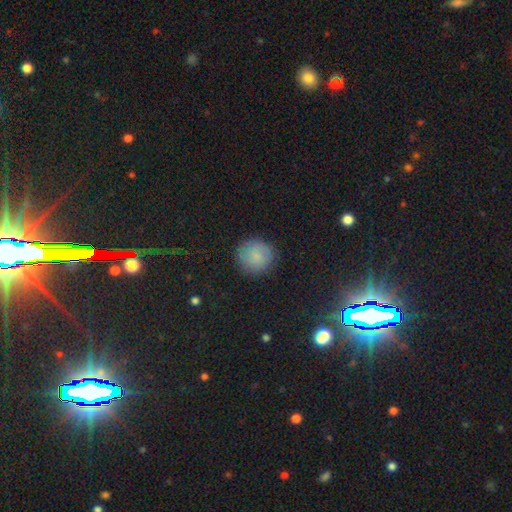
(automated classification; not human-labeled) A smooth galaxy with no disk features (79%) that is round (92%).

Vote fractions:
- Smooth or featured? smooth: 79% / star or artifact: 11% / featured or disk: 9%
- How rounded? round: 92% / in between: 7% / cigar-shaped: 1%
- Merging? none: 86% / minor disturbance: 10% / major disturbance: 3% / merger: 1%